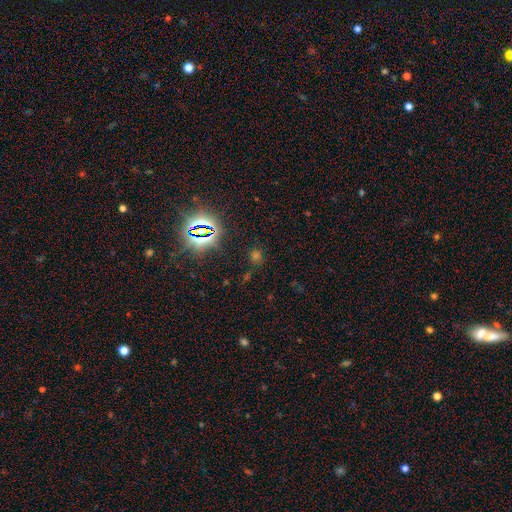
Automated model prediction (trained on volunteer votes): Morphology: type=star or artifact (62%).